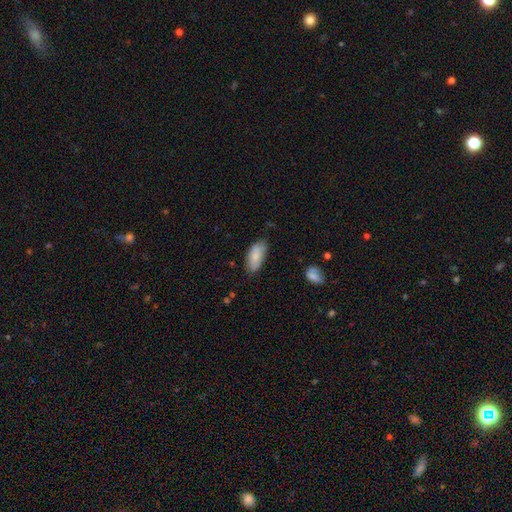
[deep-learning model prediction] A smooth galaxy with no disk features (81%) that is in between round and cigar-shaped (90%).

Vote fractions:
- Smooth or featured? smooth: 81% / featured or disk: 13% / star or artifact: 6%
- How rounded? in between: 90% / cigar-shaped: 8% / round: 2%
- Merging? none: 72% / minor disturbance: 23% / major disturbance: 4% / merger: 2%